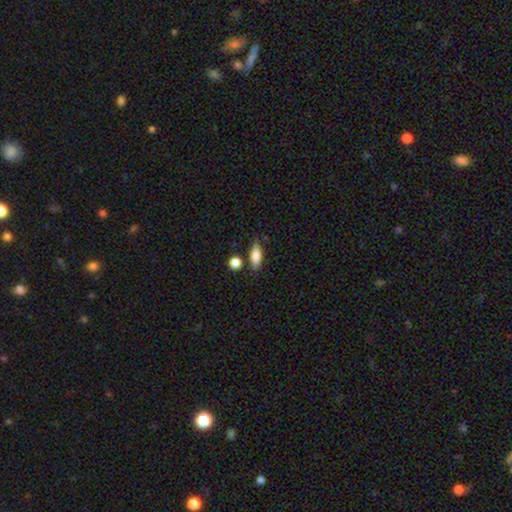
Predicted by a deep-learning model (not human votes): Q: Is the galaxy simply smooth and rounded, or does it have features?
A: smooth — 80%.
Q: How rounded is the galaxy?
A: in between — 71%.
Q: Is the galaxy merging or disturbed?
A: none — 78%.